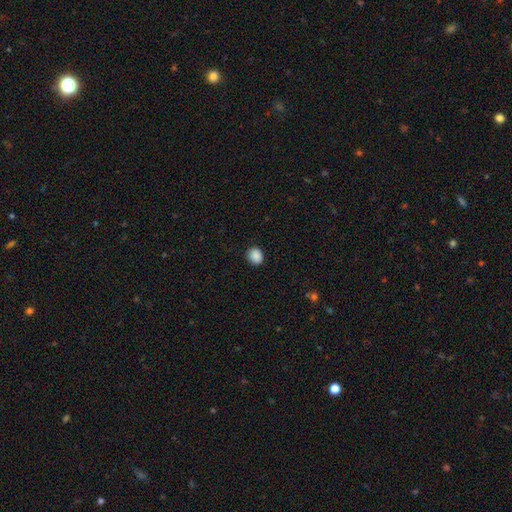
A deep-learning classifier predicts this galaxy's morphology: Smooth or featured?
  - smooth: 89% *
  - star or artifact: 9%
  - featured or disk: 3%
How rounded?
  - round: 62% *
  - in between: 37%
  - cigar-shaped: 1%
Merging?
  - none: 88% *
  - minor disturbance: 9%
  - major disturbance: 2%
  - merger: 1%